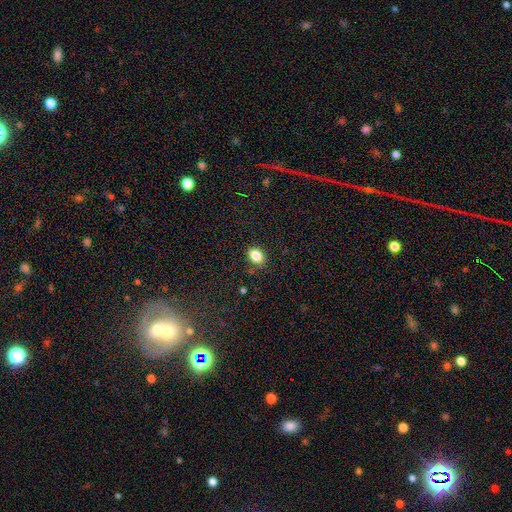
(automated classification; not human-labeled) The model was most divided on "how rounded": in between: 71%, round: 28%, cigar-shaped: 1%. More confident: smooth or featured — smooth (84%); merging — none (84%).